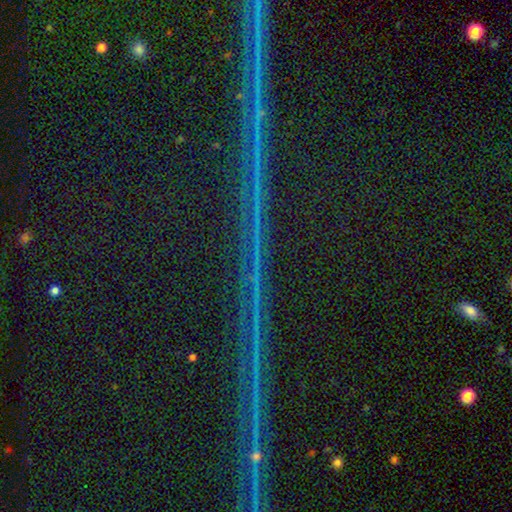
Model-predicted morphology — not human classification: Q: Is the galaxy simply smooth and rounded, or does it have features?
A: star or artifact — 90%.